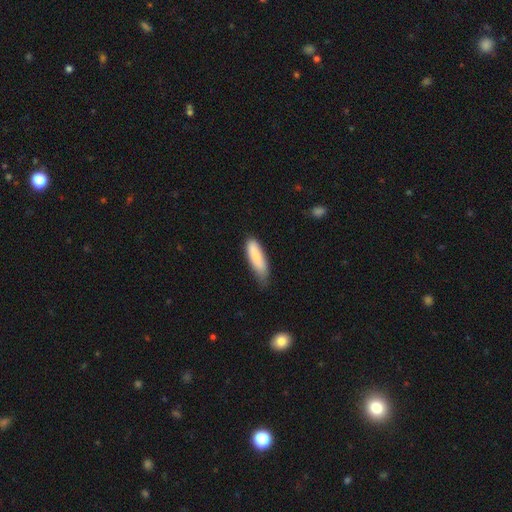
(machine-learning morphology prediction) Smooth or featured?
  - smooth: 83% *
  - featured or disk: 11%
  - star or artifact: 6%
How rounded?
  - cigar-shaped: 54% *
  - in between: 44%
  - round: 2%
Merging?
  - none: 54% *
  - minor disturbance: 37%
  - major disturbance: 7%
  - merger: 2%